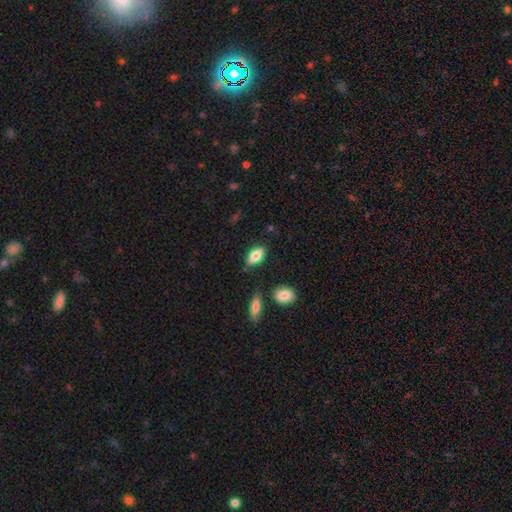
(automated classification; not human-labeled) Smooth or featured? Predicted: smooth (p=0.64). How rounded? Predicted: in between (p=0.81). Merging? Predicted: none (p=0.80).